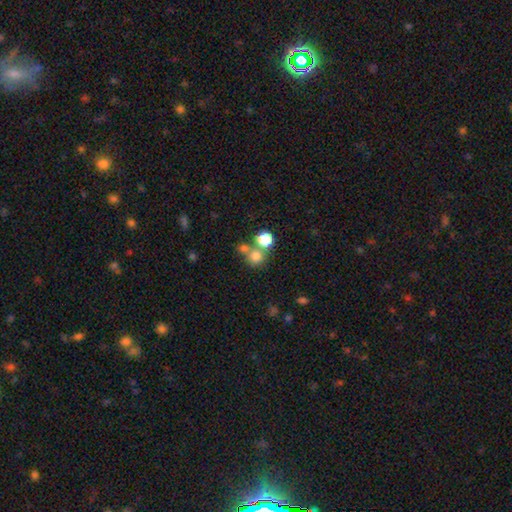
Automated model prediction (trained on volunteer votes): smooth 74%, star or artifact 16%, featured or disk 9%. Down the decision tree: how rounded — round (88%); merging — none (54%).